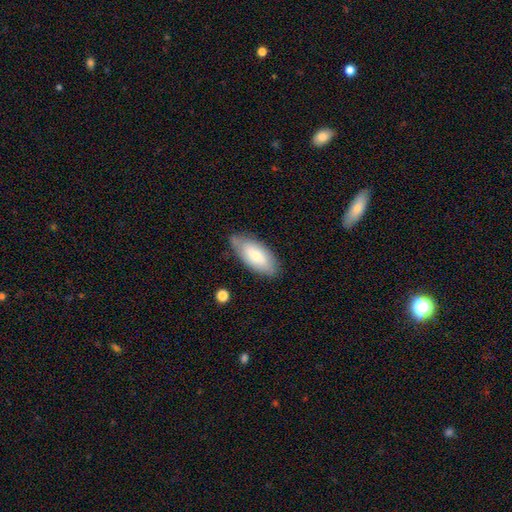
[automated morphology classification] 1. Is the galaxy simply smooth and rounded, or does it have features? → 73% smooth, 22% featured or disk, 6% star or artifact.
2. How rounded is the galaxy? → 86% in between, 13% cigar-shaped, 2% round.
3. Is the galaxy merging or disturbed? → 73% none, 21% minor disturbance, 4% major disturbance, 2% merger.